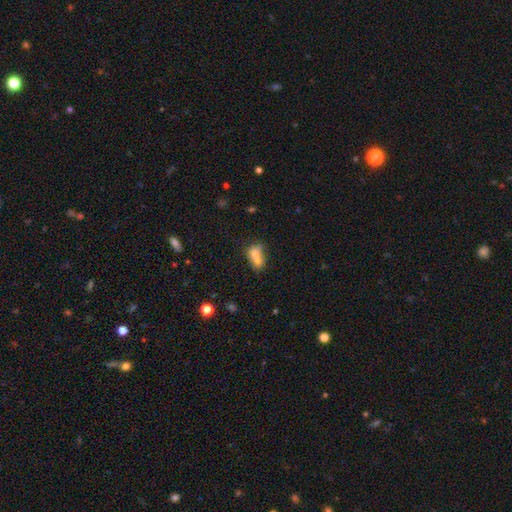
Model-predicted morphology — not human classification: The model was most divided on "how rounded": in between: 56%, round: 42%, cigar-shaped: 3%. More confident: merging — merger (70%); smooth or featured — smooth (69%).